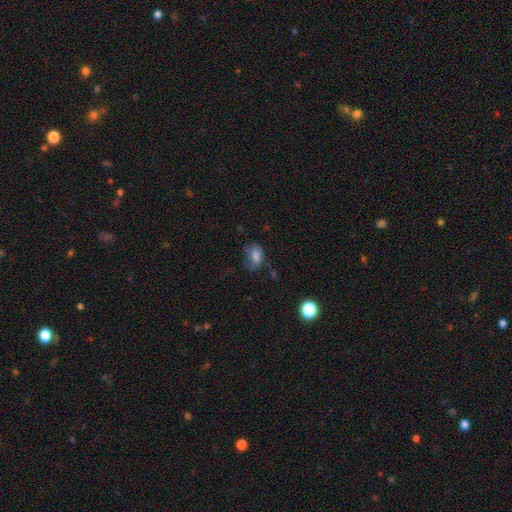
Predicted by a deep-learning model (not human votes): smooth_or_featured: smooth (p=0.75) [alt: featured or disk p=0.14]
how_rounded: in between (p=0.80) [alt: round p=0.19]
merging: none (p=0.45) [alt: minor disturbance p=0.31]